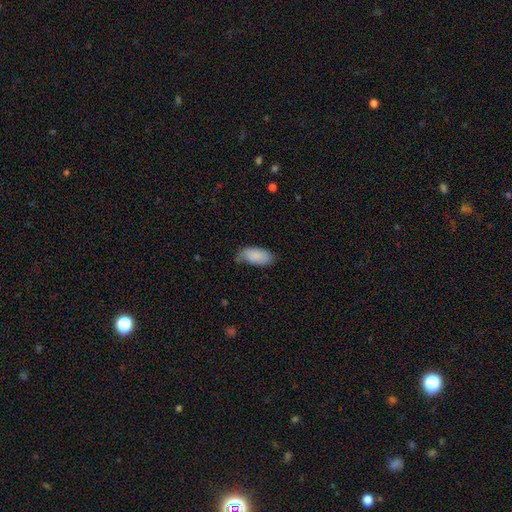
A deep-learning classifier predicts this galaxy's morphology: smooth 85%, featured or disk 8%, star or artifact 6%. Down the decision tree: how rounded — in between (94%); merging — none (57%).